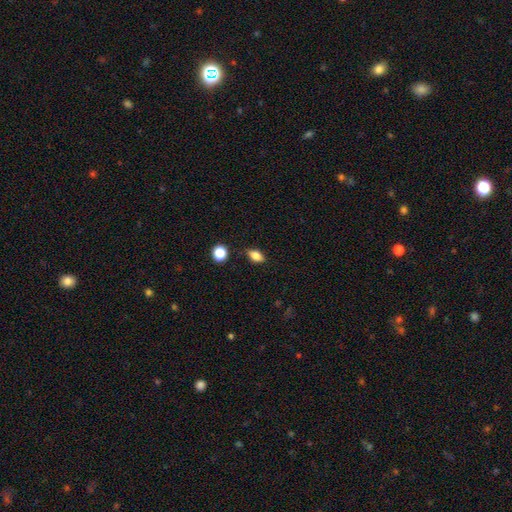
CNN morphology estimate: A smooth galaxy with no disk features (80%) that is in between round and cigar-shaped (81%). Merging: none (82%).